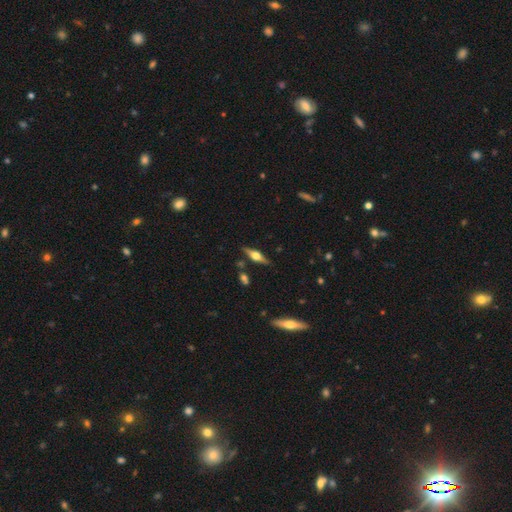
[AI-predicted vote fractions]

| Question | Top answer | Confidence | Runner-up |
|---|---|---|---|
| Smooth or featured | featured or disk | 71% | smooth (23%) |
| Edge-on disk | yes | 96% | no (4%) |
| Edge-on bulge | rounded | 92% | boxy (6%) |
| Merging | none | 84% | minor disturbance (10%) |